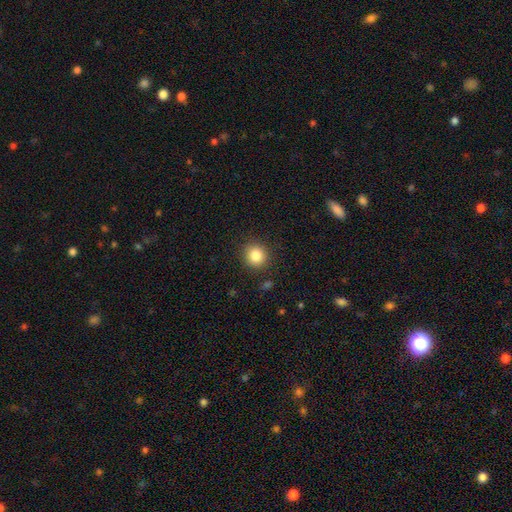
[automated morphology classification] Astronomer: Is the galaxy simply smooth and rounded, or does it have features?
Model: smooth — 84%.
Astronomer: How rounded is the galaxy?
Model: round — 90%.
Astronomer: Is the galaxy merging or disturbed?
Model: none — 90%.